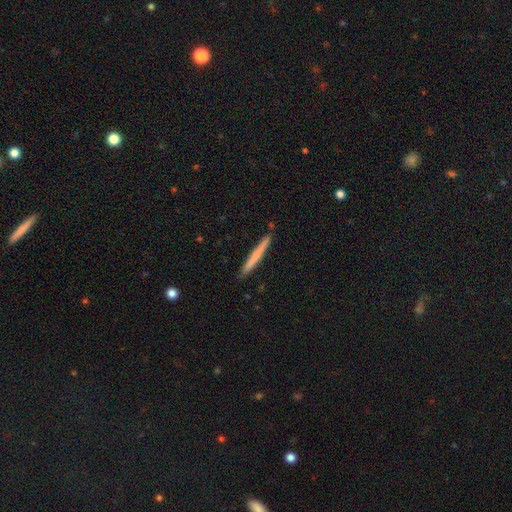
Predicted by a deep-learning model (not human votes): A smooth galaxy with no disk features (64%) that is cigar-shaped (97%).

Vote fractions:
- Smooth or featured? smooth: 64% / featured or disk: 30% / star or artifact: 5%
- How rounded? cigar-shaped: 97% / in between: 2% / round: 1%
- Merging? none: 91% / minor disturbance: 7% / merger: 1% / major disturbance: 1%